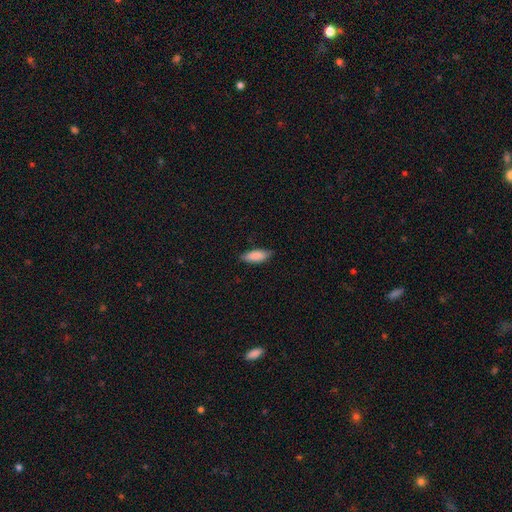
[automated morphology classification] type=smooth (88%); roundness=in between (73%); merging=none (81%).